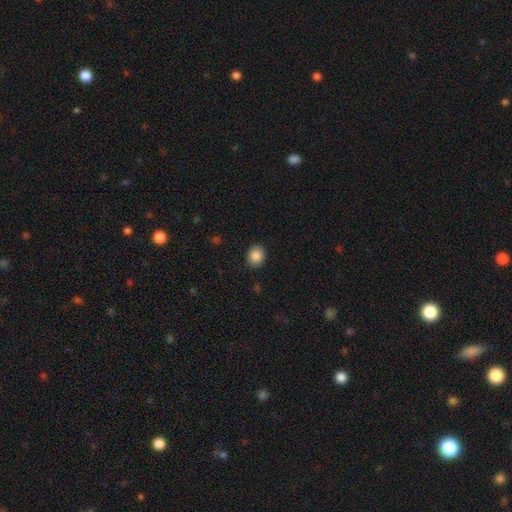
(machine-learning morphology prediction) Smooth or featured?
  - smooth: 88% *
  - star or artifact: 9%
  - featured or disk: 4%
How rounded?
  - round: 57% *
  - in between: 42%
  - cigar-shaped: 1%
Merging?
  - none: 89% *
  - minor disturbance: 8%
  - major disturbance: 2%
  - merger: 1%